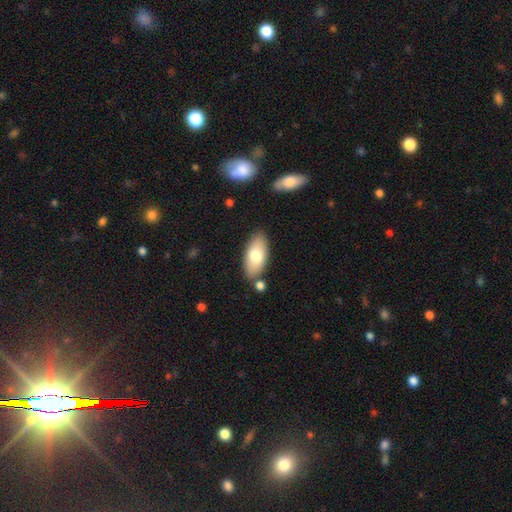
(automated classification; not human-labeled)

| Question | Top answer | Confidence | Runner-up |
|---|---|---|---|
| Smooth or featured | smooth | 74% | featured or disk (20%) |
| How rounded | in between | 91% | cigar-shaped (7%) |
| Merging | none | 79% | minor disturbance (12%) |